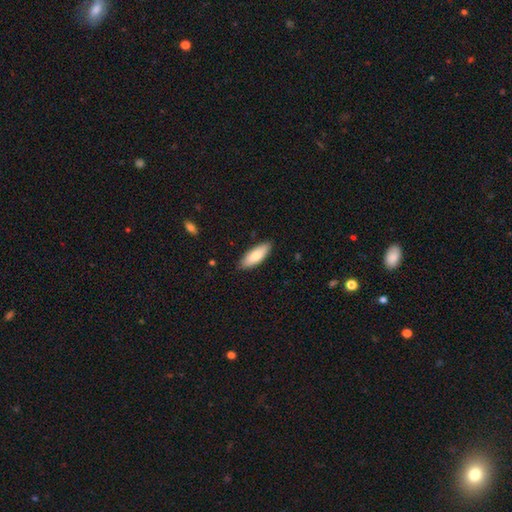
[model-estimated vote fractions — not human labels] Q: Smooth or featured?
A: smooth (81%); runner-up: featured or disk (14%)
Q: How rounded?
A: in between (70%); runner-up: cigar-shaped (29%)
Q: Merging?
A: none (87%); runner-up: minor disturbance (10%)